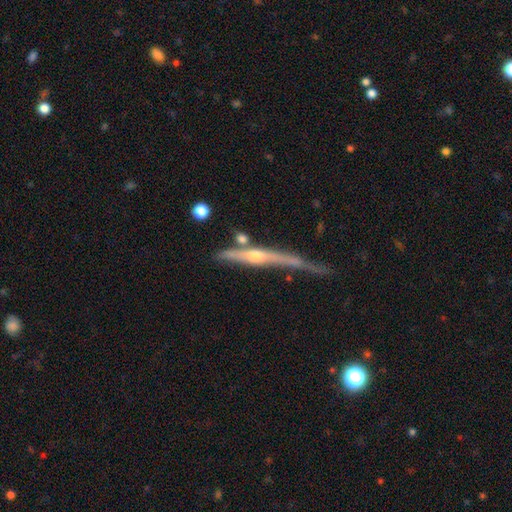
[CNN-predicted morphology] Smooth or featured? featured or disk (73%)
Edge-on disk? yes (94%)
Edge-on bulge? rounded (84%)
Merging? none (50%)